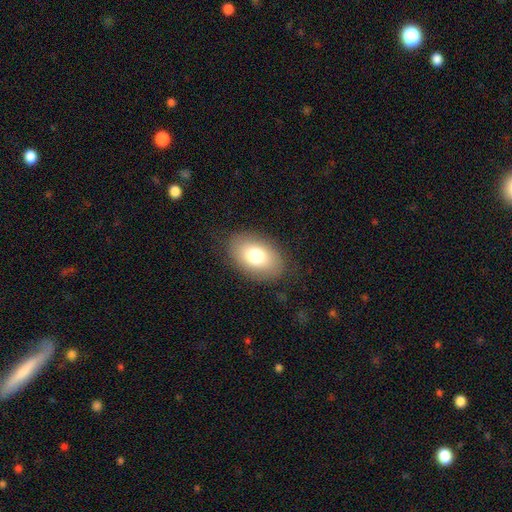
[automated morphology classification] type=smooth (76%); roundness=in between (87%); merging=none (83%).